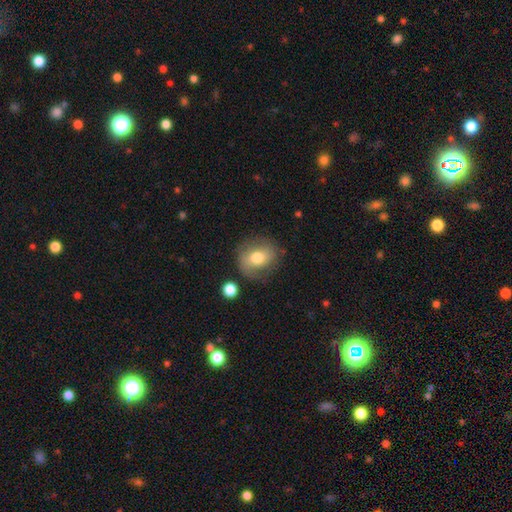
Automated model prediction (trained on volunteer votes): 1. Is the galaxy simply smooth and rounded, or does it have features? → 54% smooth, 23% star or artifact, 23% featured or disk.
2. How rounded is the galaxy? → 60% round, 39% in between, 1% cigar-shaped.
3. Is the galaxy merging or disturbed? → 84% none, 10% minor disturbance, 4% major disturbance, 3% merger.